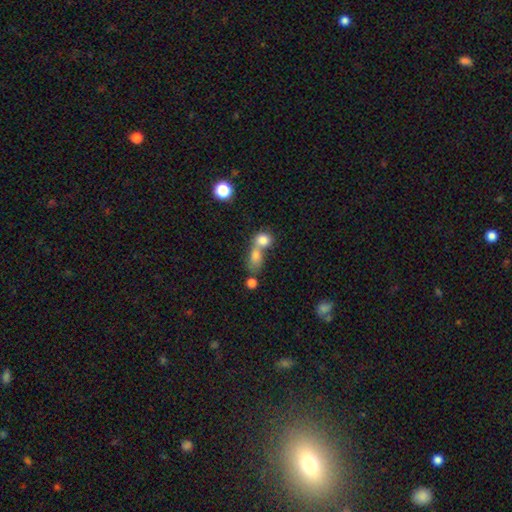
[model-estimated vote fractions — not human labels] smooth_or_featured: smooth (p=0.77) [alt: featured or disk p=0.12]
how_rounded: in between (p=0.57) [alt: round p=0.38]
merging: merger (p=0.62) [alt: none p=0.25]